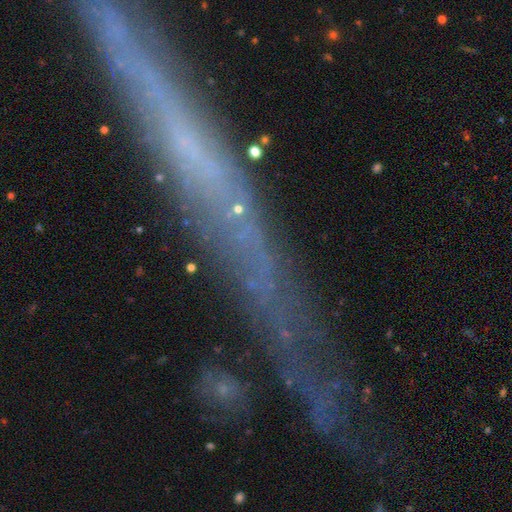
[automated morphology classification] smooth_or_featured: featured or disk (p=0.46) [alt: smooth p=0.29]
merging: none (p=0.60) [alt: minor disturbance p=0.18]